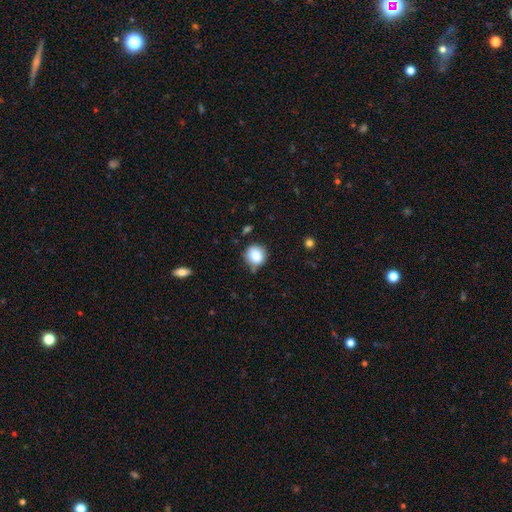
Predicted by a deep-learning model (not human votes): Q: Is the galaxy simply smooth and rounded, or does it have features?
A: smooth — 85%.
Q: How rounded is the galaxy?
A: round — 85%.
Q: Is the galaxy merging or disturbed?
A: none — 76%.